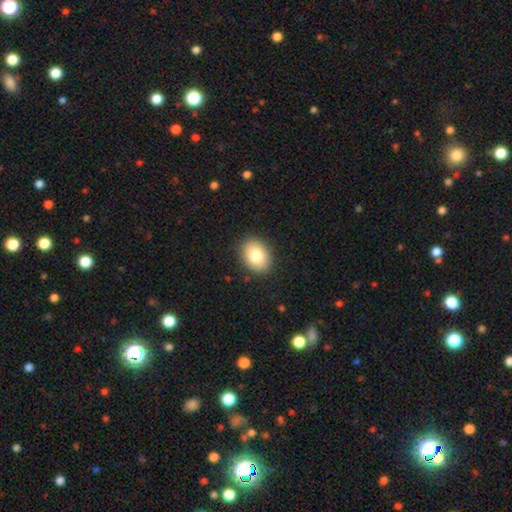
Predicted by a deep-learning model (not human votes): Overall: smooth (80%). How rounded: in between (66%; round 33%). Merging: none (89%).